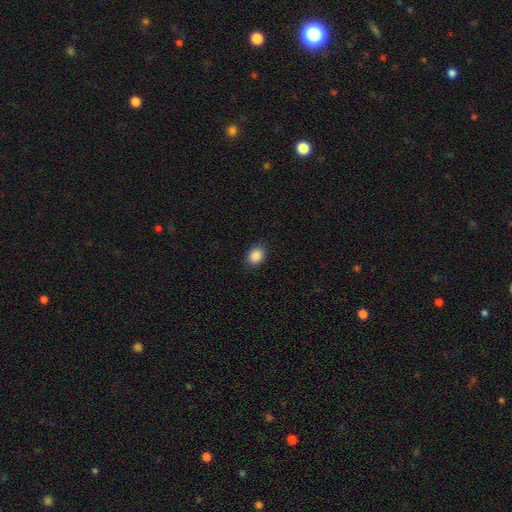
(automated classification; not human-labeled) Smooth or featured: smooth — 88% (star or artifact — 9%)
How rounded: in between — 54% (round — 45%)
Merging: none — 88% (minor disturbance — 9%)